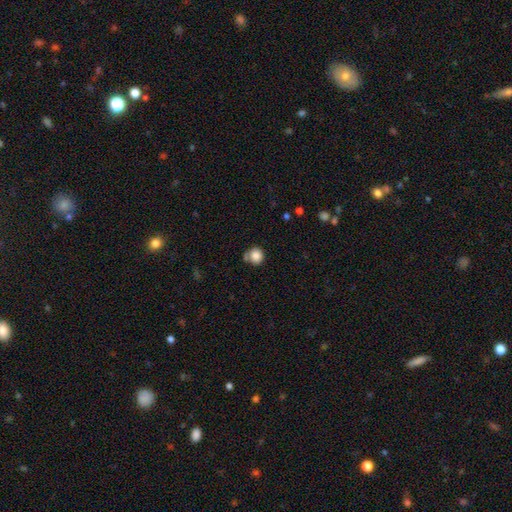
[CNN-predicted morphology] A smooth galaxy with no disk features (85%) that is round (90%).

Vote fractions:
- Smooth or featured? smooth: 85% / star or artifact: 9% / featured or disk: 6%
- How rounded? round: 90% / in between: 9% / cigar-shaped: 1%
- Merging? none: 64% / minor disturbance: 17% / merger: 14% / major disturbance: 5%